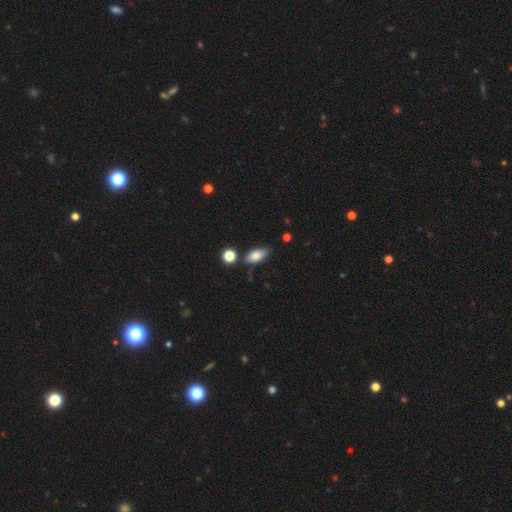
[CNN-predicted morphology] smooth 77%, featured or disk 15%, star or artifact 9%. Down the decision tree: how rounded — in between (84%); merging — none (73%).